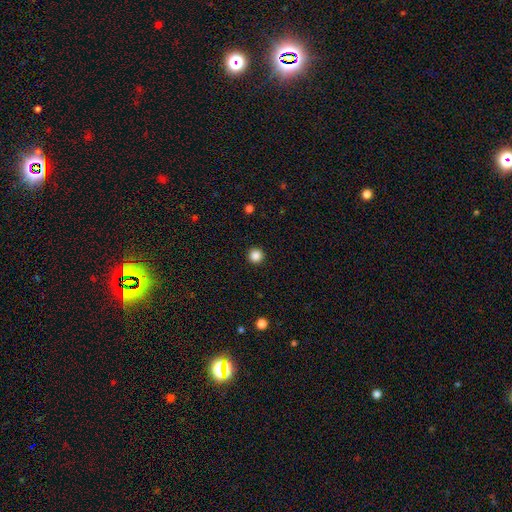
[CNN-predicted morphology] smooth_or_featured: smooth (p=0.87) [alt: star or artifact p=0.11]
how_rounded: round (p=0.96) [alt: in between p=0.03]
merging: none (p=0.94) [alt: minor disturbance p=0.04]